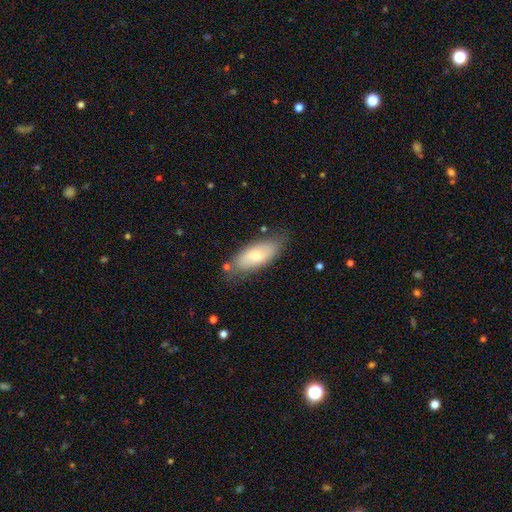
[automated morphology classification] Smooth or featured: smooth — 70% (featured or disk — 24%)
How rounded: in between — 80% (cigar-shaped — 18%)
Merging: none — 73% (minor disturbance — 19%)